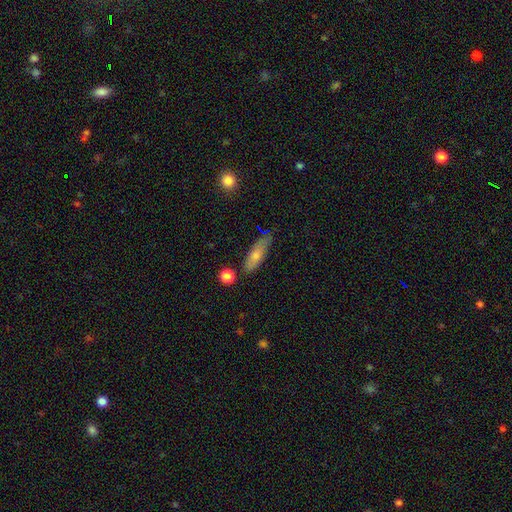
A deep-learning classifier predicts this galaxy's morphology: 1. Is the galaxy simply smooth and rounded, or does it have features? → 71% smooth, 22% featured or disk, 7% star or artifact.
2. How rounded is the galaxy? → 49% cigar-shaped, 48% in between, 3% round.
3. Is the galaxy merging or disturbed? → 68% none, 22% minor disturbance, 5% major disturbance, 5% merger.